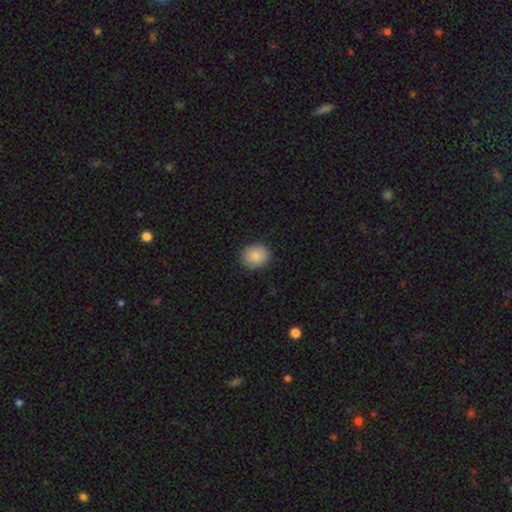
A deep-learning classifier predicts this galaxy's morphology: The model was most divided on "how rounded": round: 68%, in between: 31%, cigar-shaped: 1%. More confident: merging — none (89%); smooth or featured — smooth (86%).